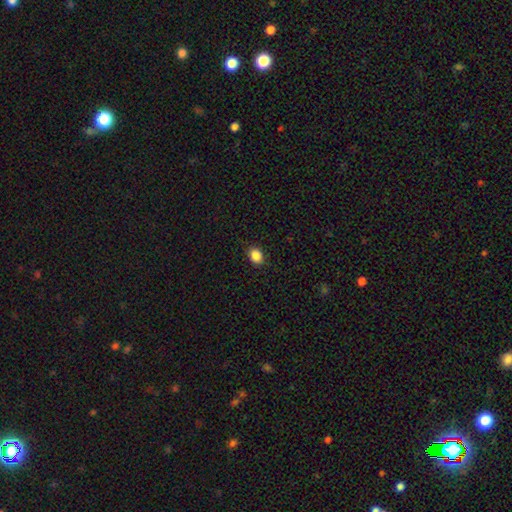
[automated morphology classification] Smooth or featured?
  - smooth: 87% *
  - star or artifact: 10%
  - featured or disk: 4%
How rounded?
  - in between: 56% *
  - round: 43%
  - cigar-shaped: 1%
Merging?
  - none: 89% *
  - minor disturbance: 8%
  - major disturbance: 2%
  - merger: 1%